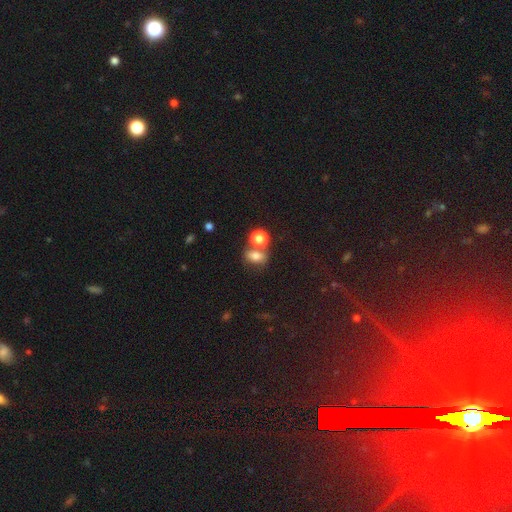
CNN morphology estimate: Overall: smooth (74%). How rounded: in between (62%; round 36%). Merging: none (49%; merger 33%).